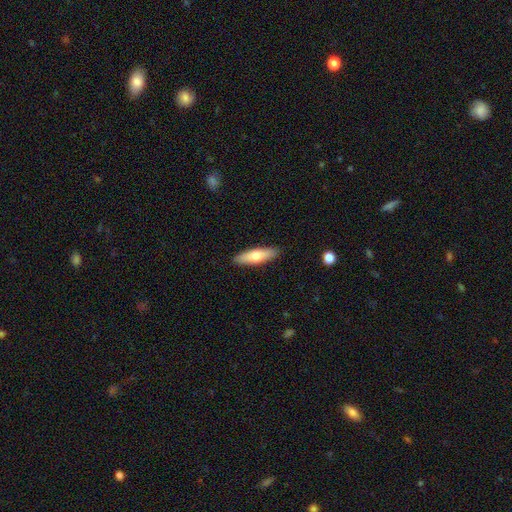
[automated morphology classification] smooth_or_featured: smooth (p=0.67) [alt: featured or disk p=0.27]
how_rounded: cigar-shaped (p=0.57) [alt: in between p=0.40]
merging: none (p=0.90) [alt: minor disturbance p=0.08]